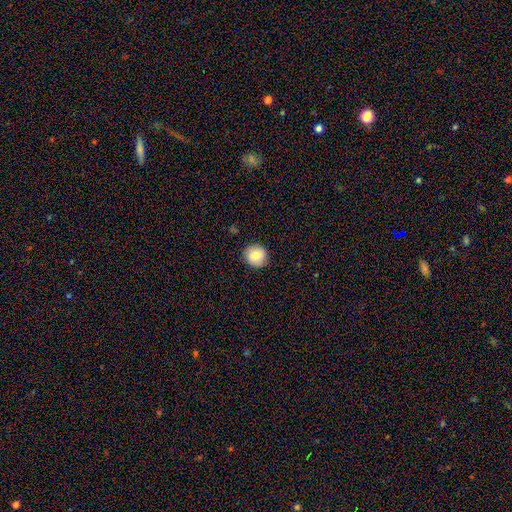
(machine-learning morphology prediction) smooth_or_featured: smooth (p=0.84) [alt: star or artifact p=0.08]
how_rounded: round (p=0.90) [alt: in between p=0.09]
merging: none (p=0.90) [alt: minor disturbance p=0.07]